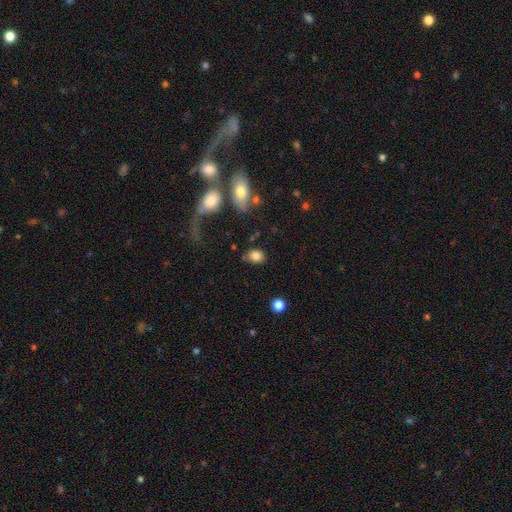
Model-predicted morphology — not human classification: type=smooth (83%); roundness=in between (61%); merging=none (71%).